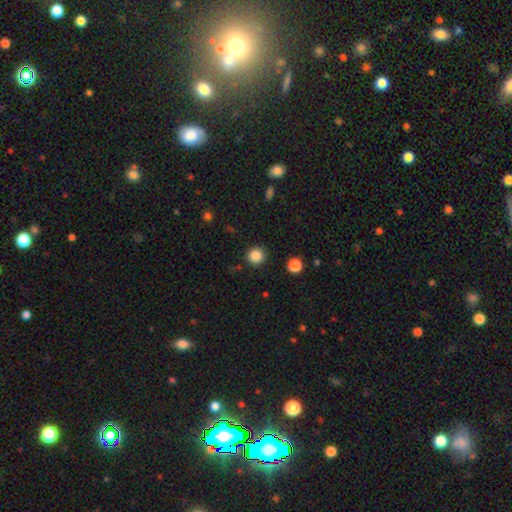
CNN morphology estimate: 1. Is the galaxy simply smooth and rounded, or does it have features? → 85% smooth, 11% star or artifact, 4% featured or disk.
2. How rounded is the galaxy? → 94% round, 5% in between, 1% cigar-shaped.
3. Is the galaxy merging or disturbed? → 90% none, 6% minor disturbance, 2% major disturbance, 2% merger.